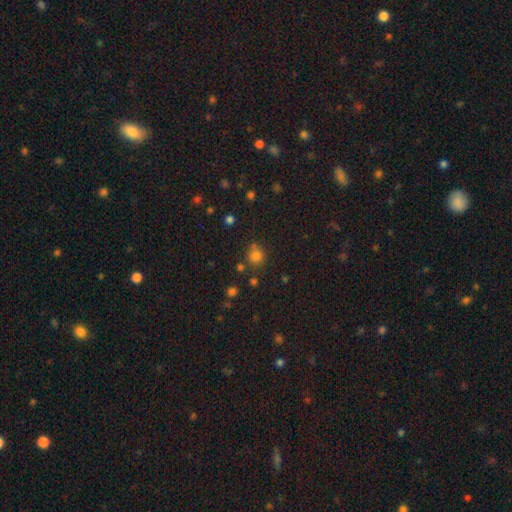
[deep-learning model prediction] smooth 76%, star or artifact 18%, featured or disk 7%. Down the decision tree: how rounded — round (85%); merging — none (68%).